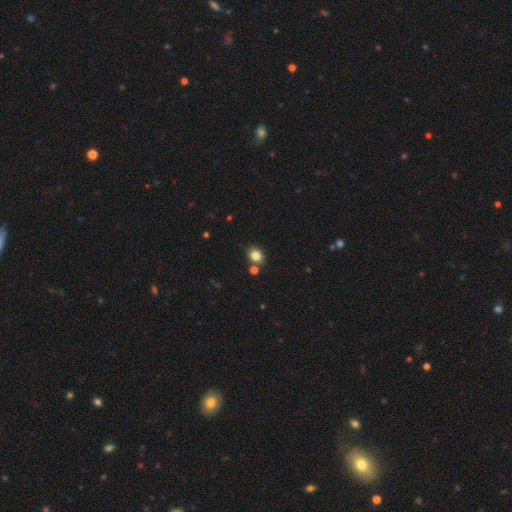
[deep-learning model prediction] Smooth or featured: smooth — 82% (star or artifact — 11%)
How rounded: in between — 51% (round — 49%)
Merging: none — 75% (merger — 11%)